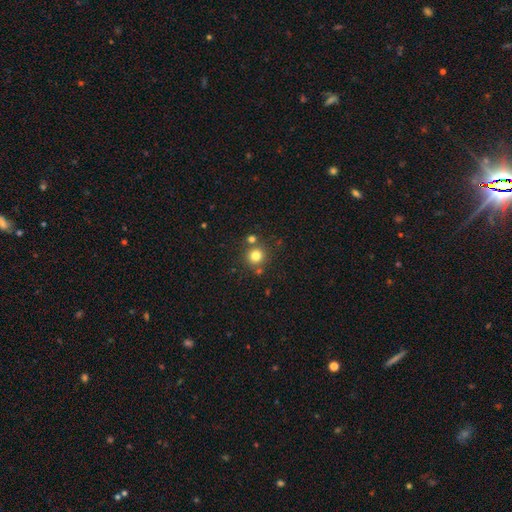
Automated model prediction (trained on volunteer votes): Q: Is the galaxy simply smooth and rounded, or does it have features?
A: smooth — 80%.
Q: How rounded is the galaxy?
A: round — 92%.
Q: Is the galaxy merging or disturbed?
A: none — 76%.